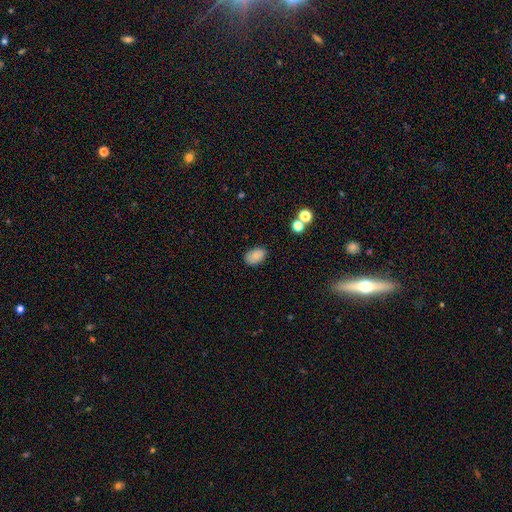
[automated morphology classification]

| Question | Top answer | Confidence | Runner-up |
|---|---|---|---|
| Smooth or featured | smooth | 84% | star or artifact (9%) |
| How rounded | in between | 90% | round (9%) |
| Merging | none | 83% | minor disturbance (12%) |